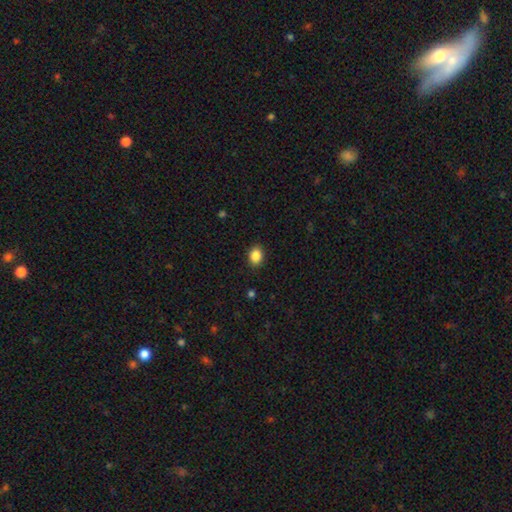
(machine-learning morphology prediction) This is clearly a smooth galaxy (87%). How rounded: possibly in between (59%). Merging: clearly none (89%).